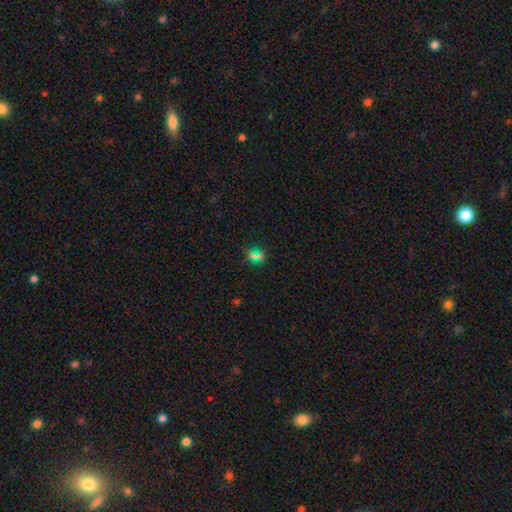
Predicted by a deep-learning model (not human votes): This is possibly a smooth galaxy (46%). Merging: clearly none (82%).